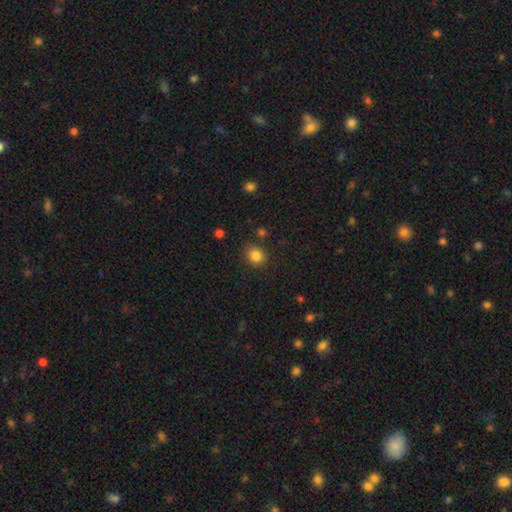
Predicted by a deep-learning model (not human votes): Smooth or featured?
  - smooth: 84% *
  - star or artifact: 11%
  - featured or disk: 5%
How rounded?
  - round: 78% *
  - in between: 21%
  - cigar-shaped: 1%
Merging?
  - none: 85% *
  - minor disturbance: 10%
  - major disturbance: 3%
  - merger: 3%